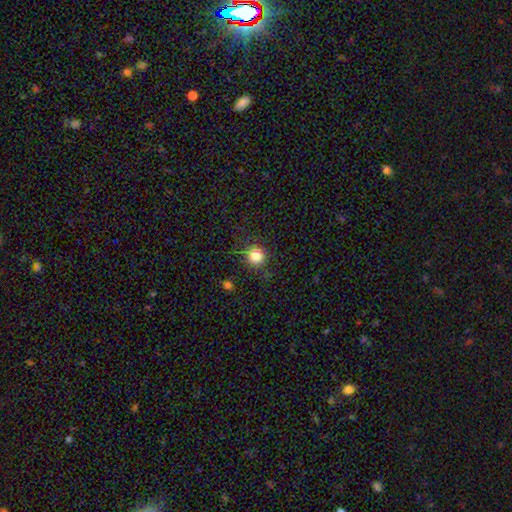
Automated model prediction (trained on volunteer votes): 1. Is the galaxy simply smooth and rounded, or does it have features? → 80% smooth, 13% star or artifact, 6% featured or disk.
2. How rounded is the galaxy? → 92% round, 7% in between, 1% cigar-shaped.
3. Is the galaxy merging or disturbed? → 85% none, 10% minor disturbance, 3% major disturbance, 2% merger.